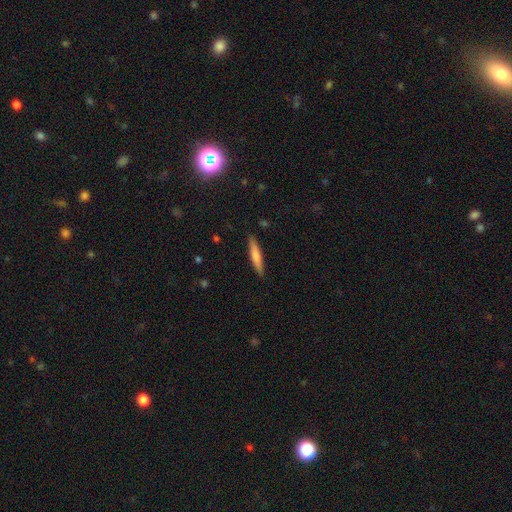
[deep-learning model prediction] This is likely a smooth galaxy (71%). How rounded: clearly cigar-shaped (91%). Merging: clearly none (90%).